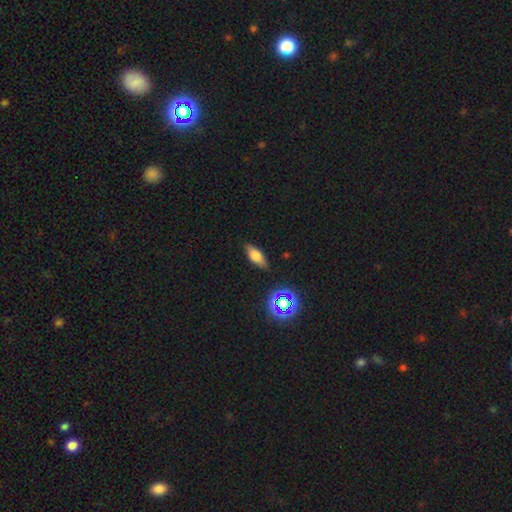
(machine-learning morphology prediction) Overall: smooth (62%; featured or disk 26%). How rounded: in between (74%). Merging: none (84%).